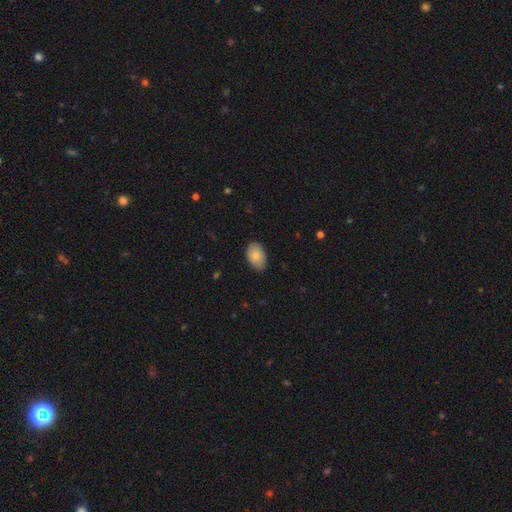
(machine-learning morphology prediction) This is clearly a smooth galaxy (80%). How rounded: clearly in between (89%). Merging: likely none (79%).